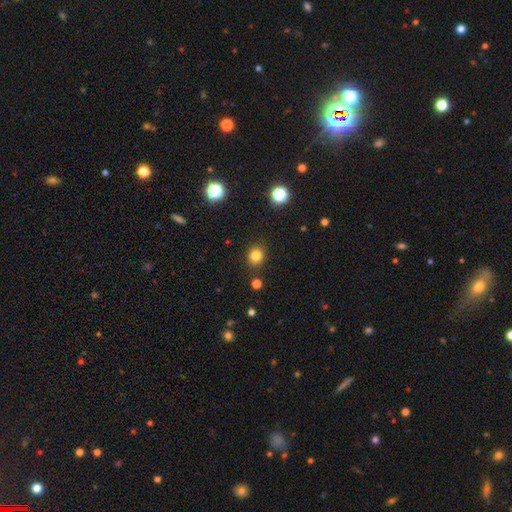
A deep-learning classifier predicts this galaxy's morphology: Smooth or featured? smooth (81%)
How rounded? round (81%)
Merging? none (88%)